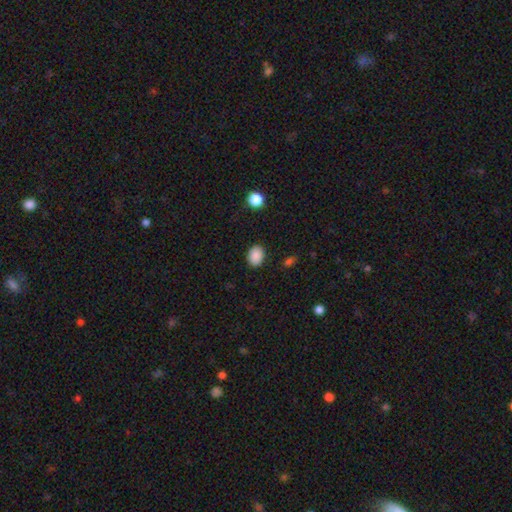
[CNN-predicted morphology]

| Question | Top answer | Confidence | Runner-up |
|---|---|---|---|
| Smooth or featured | smooth | 89% | star or artifact (9%) |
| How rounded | in between | 67% | round (32%) |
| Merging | none | 88% | minor disturbance (8%) |